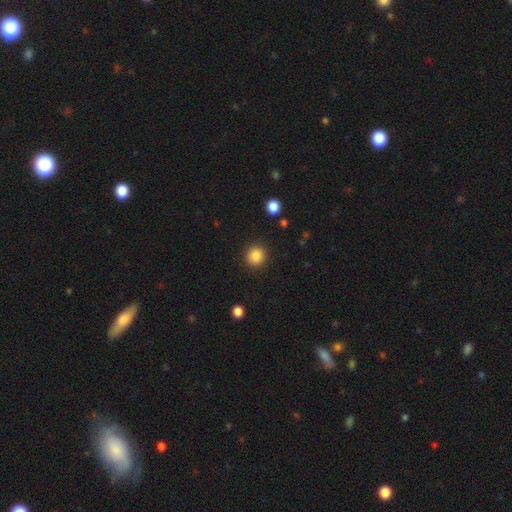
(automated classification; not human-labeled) This is clearly a smooth galaxy (86%). How rounded: clearly round (90%). Merging: clearly none (90%).